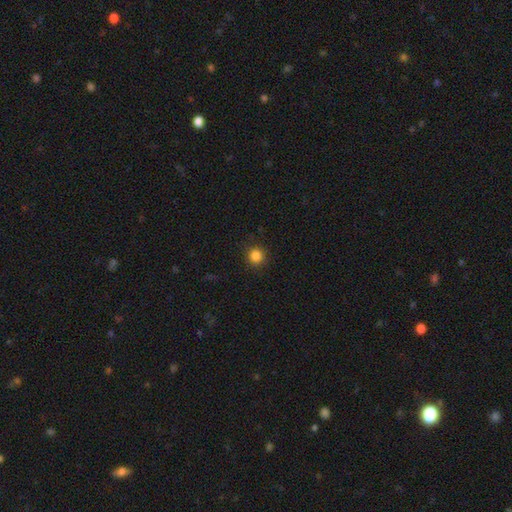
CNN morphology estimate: Smooth or featured? smooth (85%)
How rounded? round (92%)
Merging? none (90%)